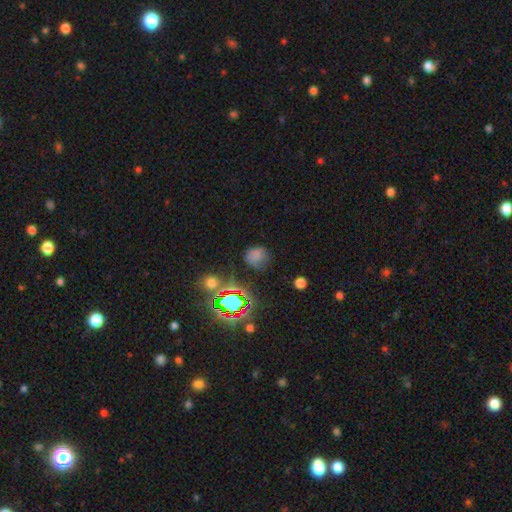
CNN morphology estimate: The model was most divided on "smooth or featured": smooth: 62%, star or artifact: 27%, featured or disk: 11%. More confident: how rounded — round (76%); merging — none (64%).